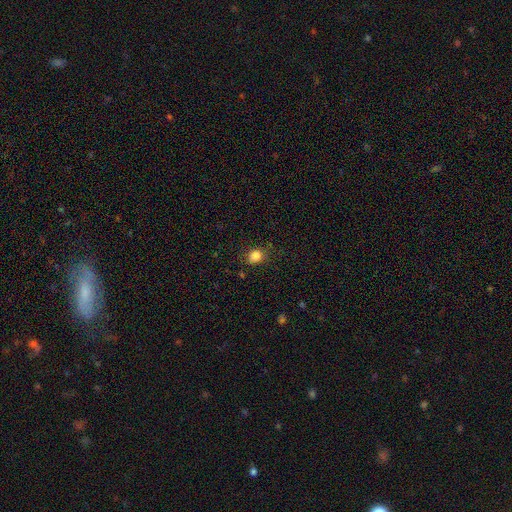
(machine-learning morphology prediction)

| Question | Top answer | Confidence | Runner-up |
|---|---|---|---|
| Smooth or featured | smooth | 84% | star or artifact (11%) |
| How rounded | round | 50% | in between (49%) |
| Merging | none | 78% | minor disturbance (16%) |